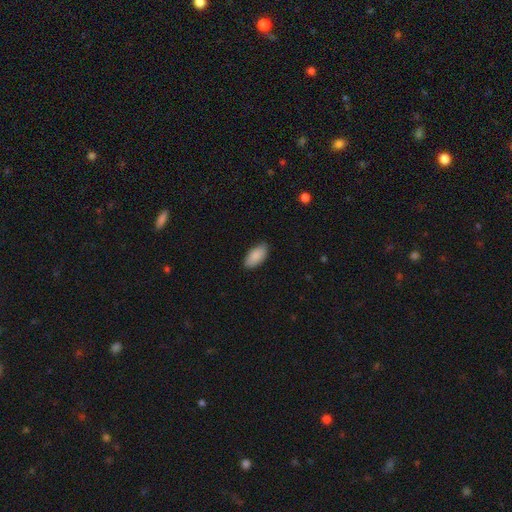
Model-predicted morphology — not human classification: Q: Smooth or featured?
A: smooth (89%); runner-up: star or artifact (6%)
Q: How rounded?
A: in between (93%); runner-up: cigar-shaped (5%)
Q: Merging?
A: none (85%); runner-up: minor disturbance (12%)